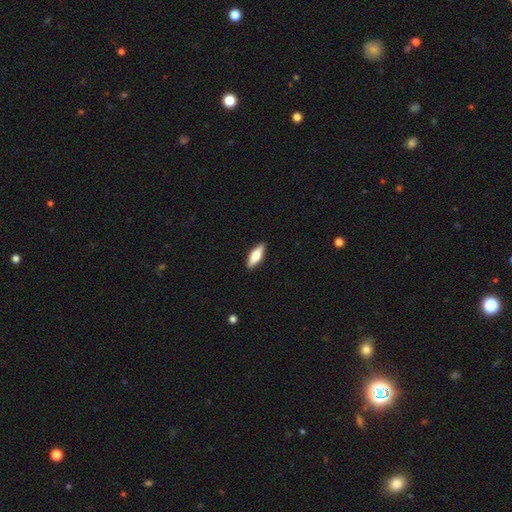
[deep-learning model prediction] Smooth or featured? smooth (54%)
How rounded? in between (50%)
Merging? none (91%)